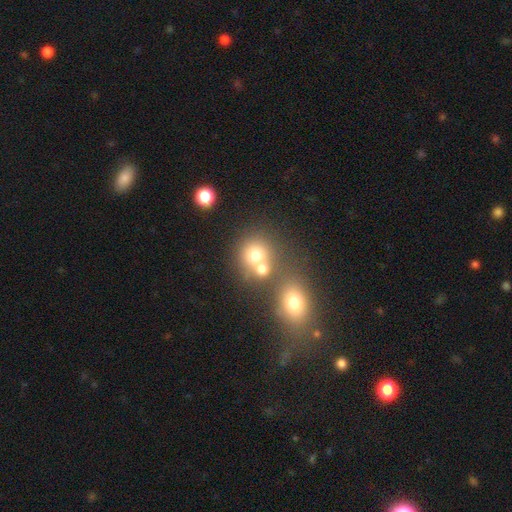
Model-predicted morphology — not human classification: type=smooth (72%); roundness=round (81%); merging=merger (45%).